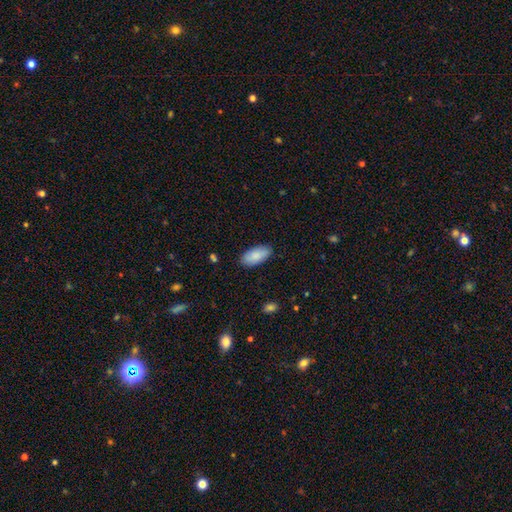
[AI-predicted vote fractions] Q: Smooth or featured?
A: smooth (87%); runner-up: featured or disk (7%)
Q: How rounded?
A: in between (92%); runner-up: cigar-shaped (6%)
Q: Merging?
A: none (86%); runner-up: minor disturbance (11%)